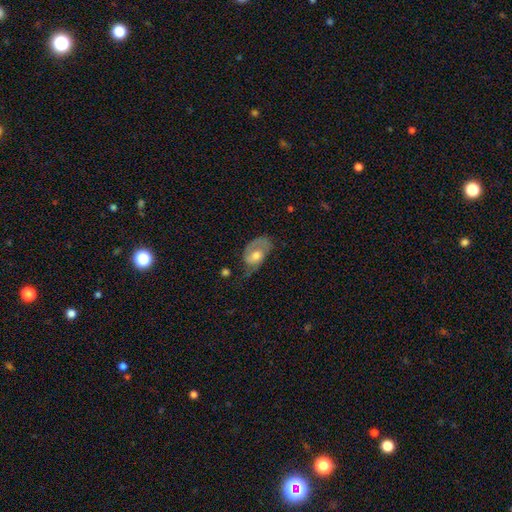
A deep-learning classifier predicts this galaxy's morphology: smooth-or-featured: featured or disk: 62% | smooth: 32% | star or artifact: 6%
  disk-edge-on: no: 95% | yes: 5%
    bar: no: 66% | weak: 28% | strong: 6%
    has-spiral-arms: yes: 79% | no: 21%
    bulge-size: moderate: 67% | large: 17% | small: 13% | none: 2% | dominant: 1%
  merging: none: 39% | minor disturbance: 30% | major disturbance: 28% | merger: 3%